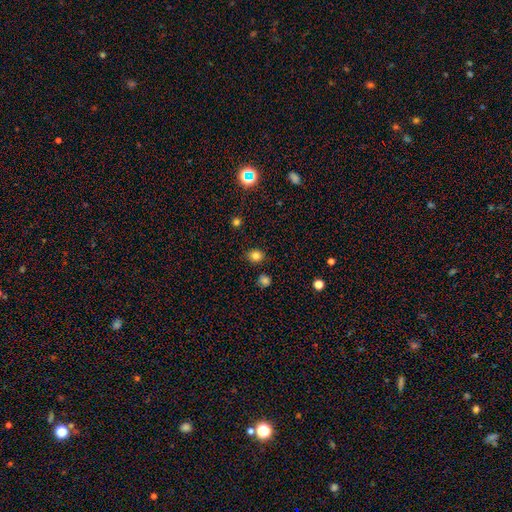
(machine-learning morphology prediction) Smooth or featured? smooth (81%)
How rounded? round (69%)
Merging? none (86%)